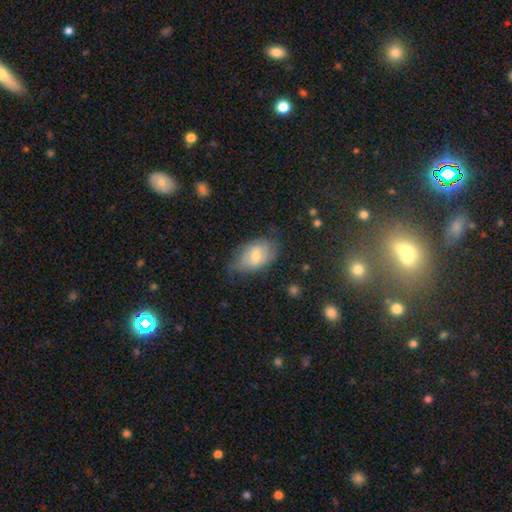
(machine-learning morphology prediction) Q: Smooth or featured?
A: smooth (53%); runner-up: featured or disk (39%)
Q: How rounded?
A: in between (88%); runner-up: round (10%)
Q: Merging?
A: none (55%); runner-up: minor disturbance (32%)